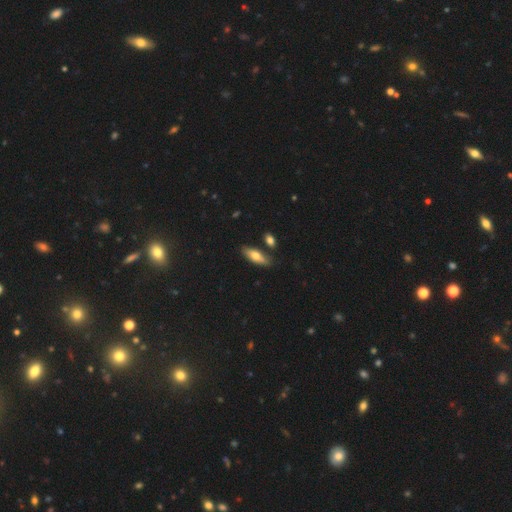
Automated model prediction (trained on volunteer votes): Q: Smooth or featured?
A: smooth (68%); runner-up: featured or disk (25%)
Q: How rounded?
A: in between (63%); runner-up: cigar-shaped (34%)
Q: Merging?
A: none (77%); runner-up: minor disturbance (14%)